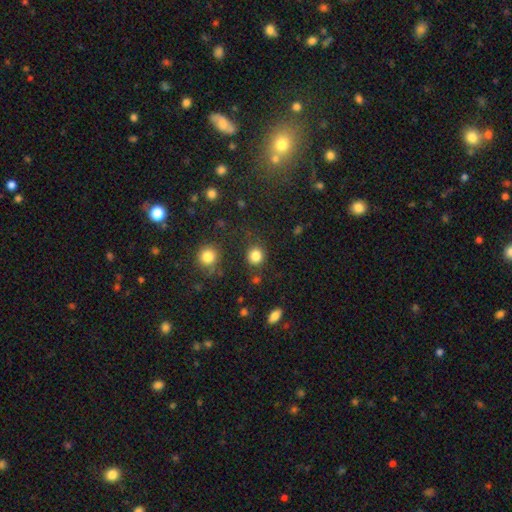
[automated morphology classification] Smooth or featured: smooth — 84% (star or artifact — 11%)
How rounded: round — 88% (in between — 11%)
Merging: none — 84% (minor disturbance — 9%)